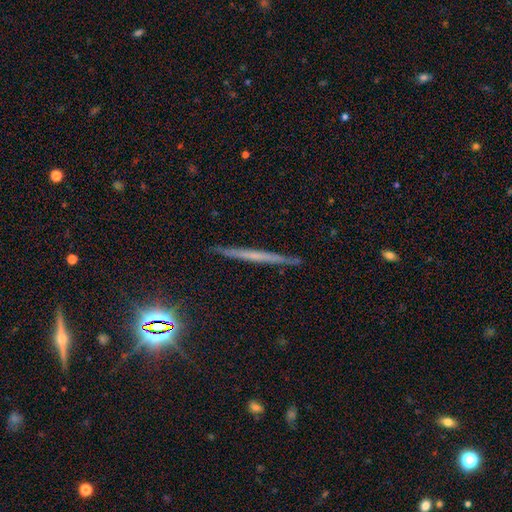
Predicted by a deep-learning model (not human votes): Q: Smooth or featured?
A: featured or disk (50%); runner-up: smooth (35%)
Q: Edge-on disk?
A: yes (97%); runner-up: no (3%)
Q: Merging?
A: none (90%); runner-up: minor disturbance (7%)